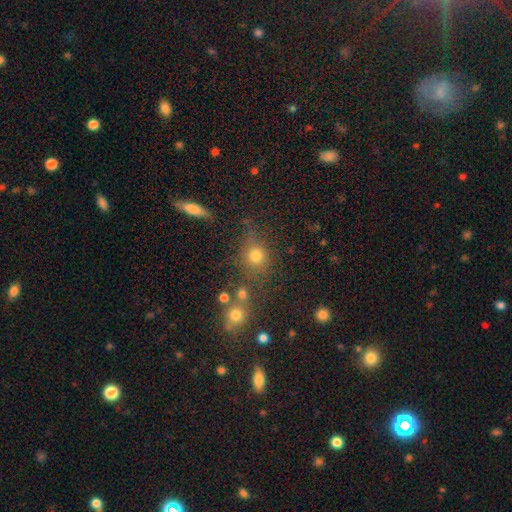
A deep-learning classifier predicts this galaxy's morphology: Smooth or featured?
  - smooth: 72% *
  - star or artifact: 18%
  - featured or disk: 9%
How rounded?
  - round: 78% *
  - in between: 20%
  - cigar-shaped: 2%
Merging?
  - none: 68% *
  - minor disturbance: 14%
  - merger: 12%
  - major disturbance: 7%